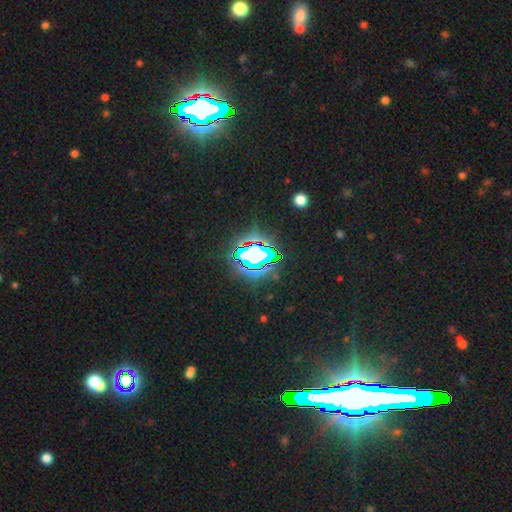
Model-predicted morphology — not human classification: type=star or artifact (71%).